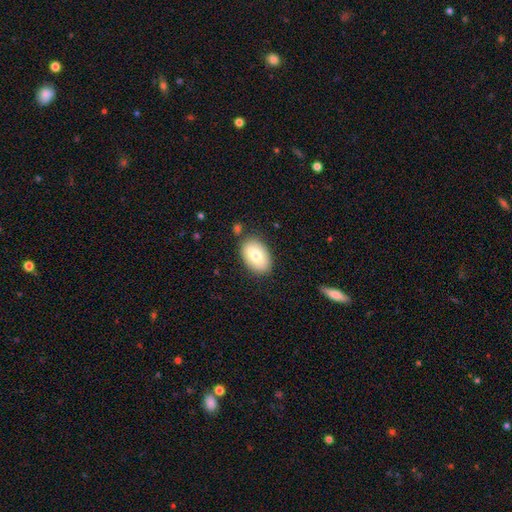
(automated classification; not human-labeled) smooth_or_featured: smooth (p=0.75) [alt: featured or disk p=0.18]
how_rounded: in between (p=0.91) [alt: round p=0.08]
merging: none (p=0.83) [alt: minor disturbance p=0.11]